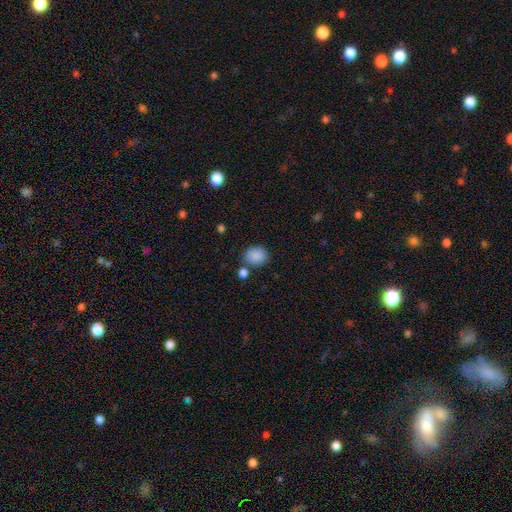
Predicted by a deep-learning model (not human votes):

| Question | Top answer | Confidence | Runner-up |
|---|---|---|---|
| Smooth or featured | smooth | 88% | star or artifact (9%) |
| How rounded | round | 62% | in between (37%) |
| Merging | none | 74% | minor disturbance (12%) |